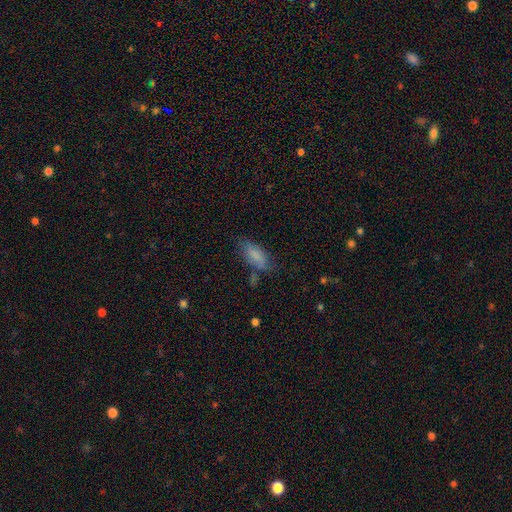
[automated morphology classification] smooth_or_featured: smooth (p=0.78) [alt: featured or disk p=0.13]
how_rounded: in between (p=0.76) [alt: cigar-shaped p=0.22]
merging: none (p=0.59) [alt: minor disturbance p=0.26]